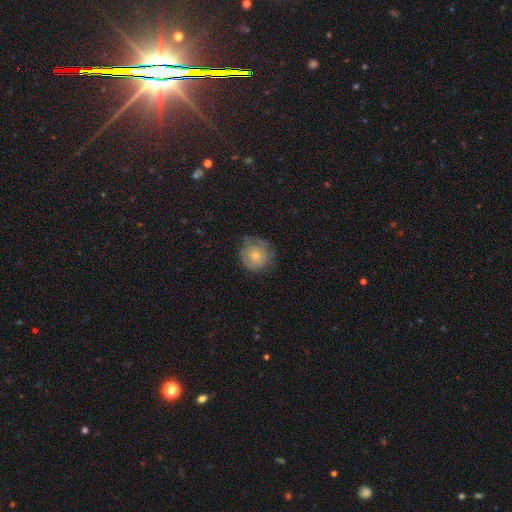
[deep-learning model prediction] The model was most divided on "smooth or featured": smooth: 61%, featured or disk: 31%, star or artifact: 8%. More confident: how rounded — round (91%); merging — none (66%).